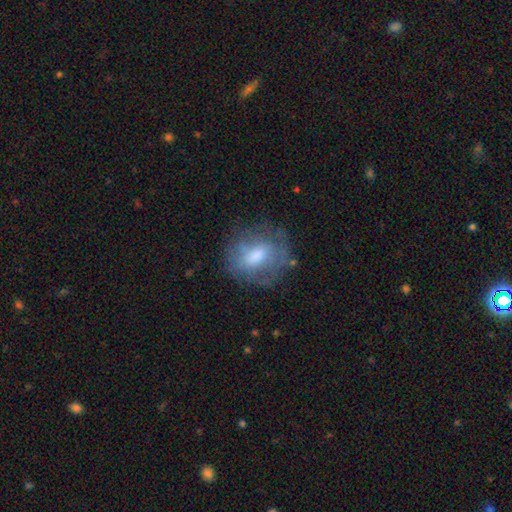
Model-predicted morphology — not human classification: The model was most divided on "smooth or featured": smooth: 51%, featured or disk: 39%, star or artifact: 9%. More confident: merging — none (65%); how rounded — round (58%).